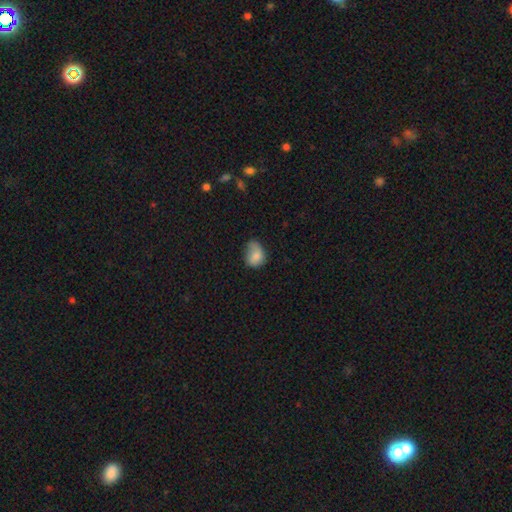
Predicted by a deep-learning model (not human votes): A smooth galaxy with no disk features (79%) that is in between round and cigar-shaped (64%). Merging: minor disturbance (41%).